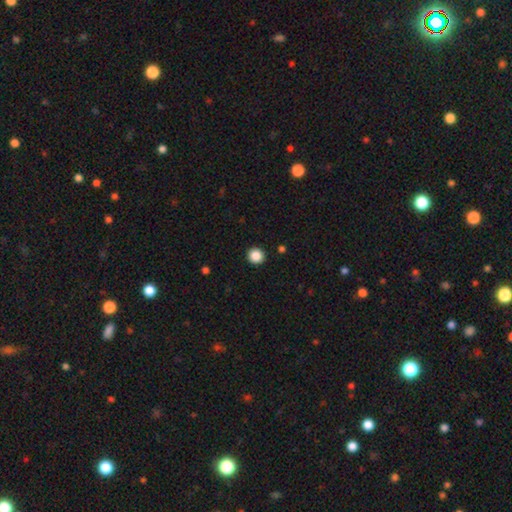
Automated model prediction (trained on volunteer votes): Overall: smooth (87%). How rounded: round (94%). Merging: none (93%).